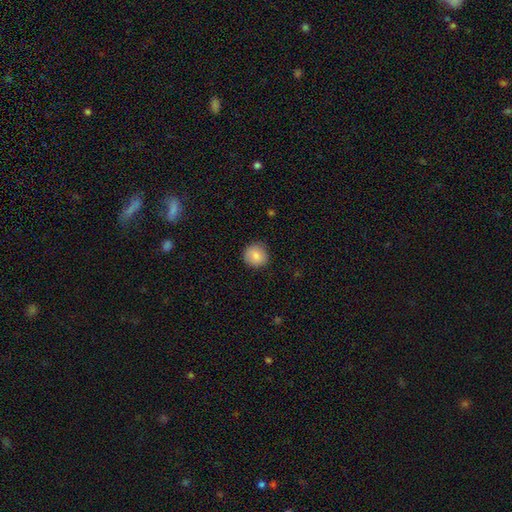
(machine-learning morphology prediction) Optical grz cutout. It shows a smooth galaxy with no disk features (86%) that is round (89%). Merging: none (87%).